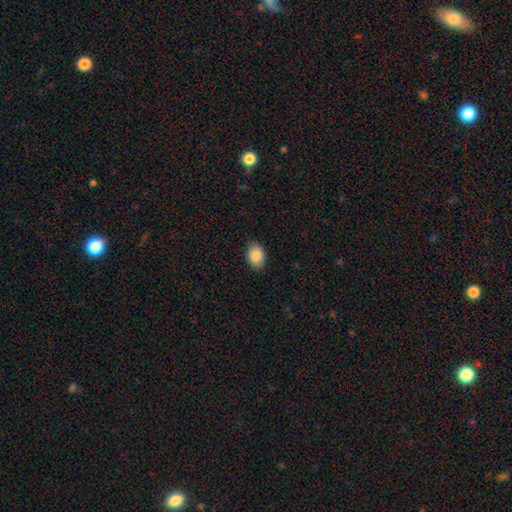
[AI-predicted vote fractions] A smooth galaxy with no disk features (88%) that is in between round and cigar-shaped (82%).

Vote fractions:
- Smooth or featured? smooth: 88% / star or artifact: 7% / featured or disk: 4%
- How rounded? in between: 82% / round: 17% / cigar-shaped: 1%
- Merging? none: 88% / minor disturbance: 9% / major disturbance: 2% / merger: 1%